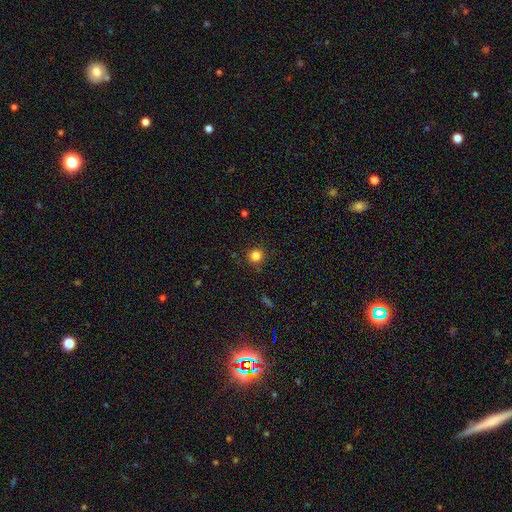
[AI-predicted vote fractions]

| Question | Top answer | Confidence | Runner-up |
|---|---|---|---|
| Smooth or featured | smooth | 83% | star or artifact (13%) |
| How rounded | round | 93% | in between (6%) |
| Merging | none | 87% | minor disturbance (9%) |